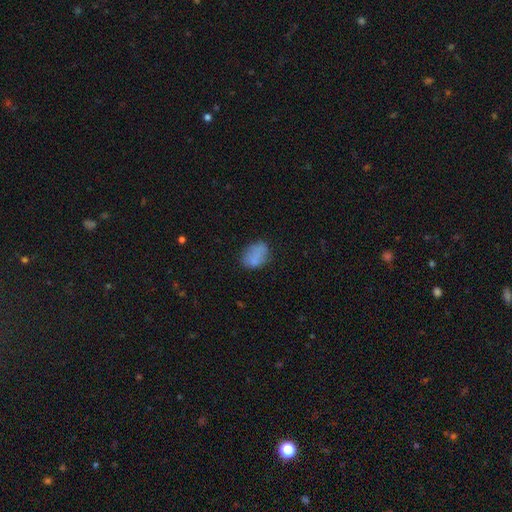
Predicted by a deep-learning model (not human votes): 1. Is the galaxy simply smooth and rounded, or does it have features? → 77% smooth, 13% featured or disk, 10% star or artifact.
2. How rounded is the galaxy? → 81% in between, 18% round, 2% cigar-shaped.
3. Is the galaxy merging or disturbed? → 64% none, 24% minor disturbance, 9% major disturbance, 4% merger.